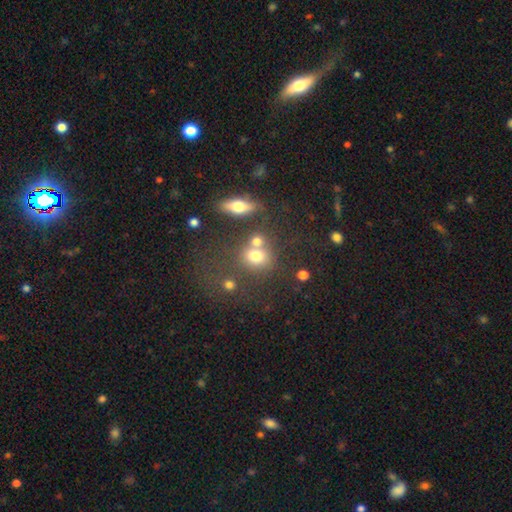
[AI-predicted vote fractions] Smooth or featured? smooth (71%)
How rounded? round (62%)
Merging? none (48%)